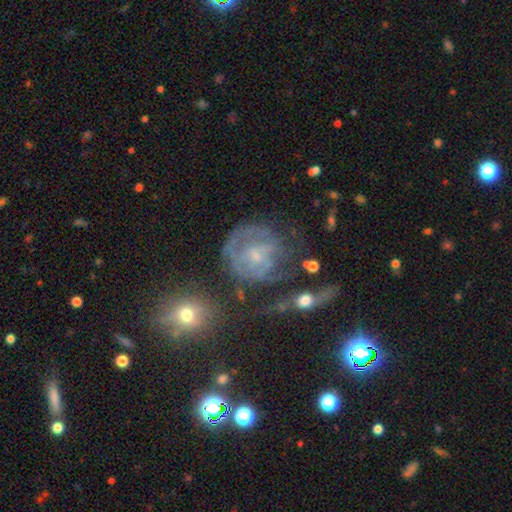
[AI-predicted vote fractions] Morphology: type=featured or disk (65%); edge-on=no (97%); bar=no (67%); spiral arms=yes (61%); bulge=small (62%); merging=none (45%).